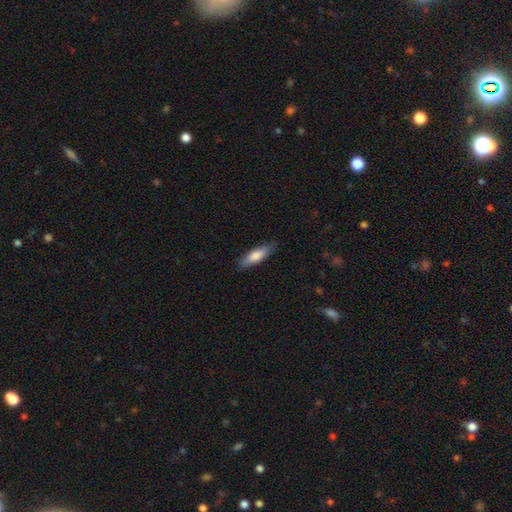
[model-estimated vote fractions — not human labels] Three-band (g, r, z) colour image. It shows a smooth galaxy with no disk features (79%) that is cigar-shaped (51%). Merging: none (85%).